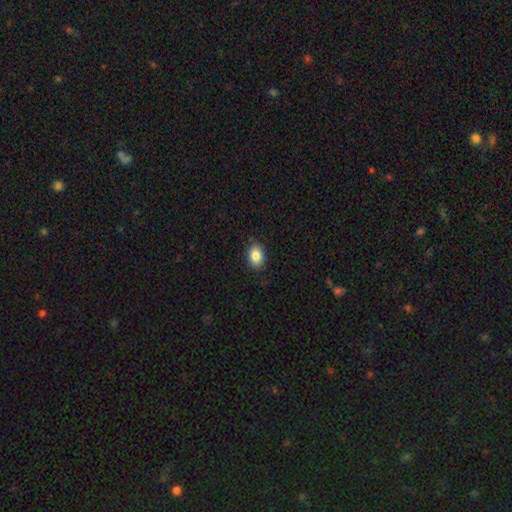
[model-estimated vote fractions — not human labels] Q: Smooth or featured?
A: smooth (86%); runner-up: star or artifact (8%)
Q: How rounded?
A: in between (78%); runner-up: round (21%)
Q: Merging?
A: none (86%); runner-up: minor disturbance (11%)